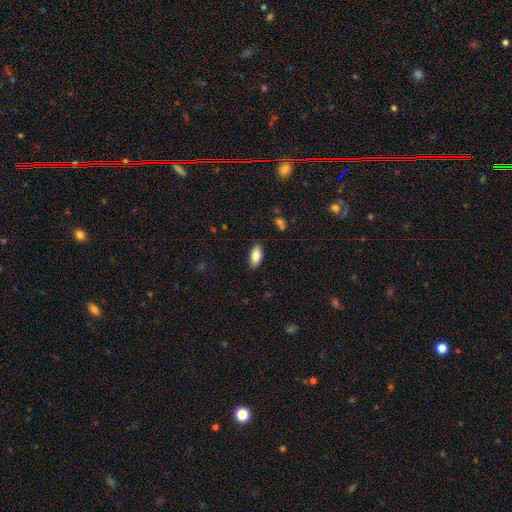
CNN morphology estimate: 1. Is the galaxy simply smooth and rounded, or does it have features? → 85% smooth, 8% featured or disk, 7% star or artifact.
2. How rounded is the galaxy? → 90% in between, 8% cigar-shaped, 2% round.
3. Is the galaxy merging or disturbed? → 86% none, 11% minor disturbance, 2% major disturbance, 1% merger.